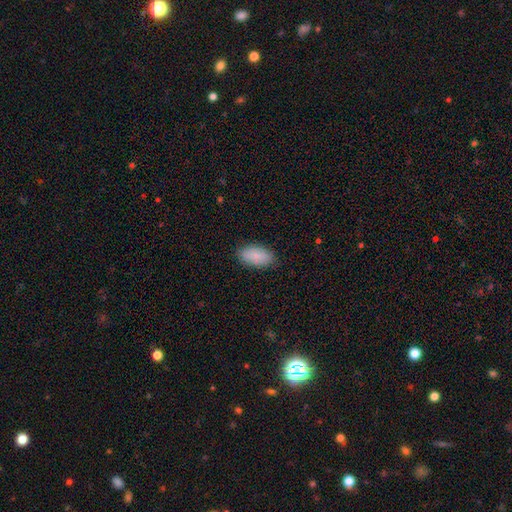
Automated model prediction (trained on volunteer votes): Smooth or featured? smooth (86%)
How rounded? in between (94%)
Merging? none (86%)